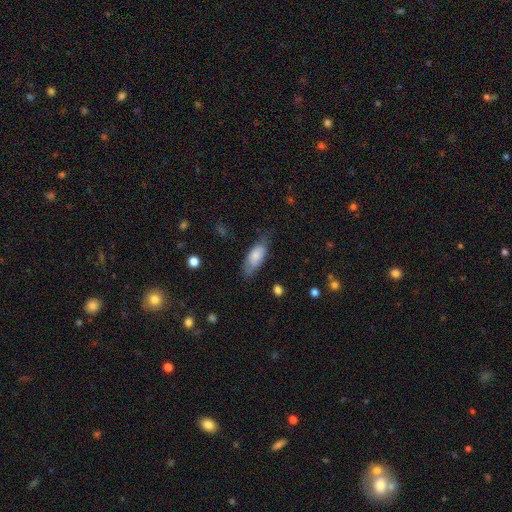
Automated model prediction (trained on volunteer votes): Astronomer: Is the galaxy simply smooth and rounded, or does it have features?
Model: smooth — 78%.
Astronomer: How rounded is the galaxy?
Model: in between — 79%.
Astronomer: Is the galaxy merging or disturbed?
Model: none — 62%.